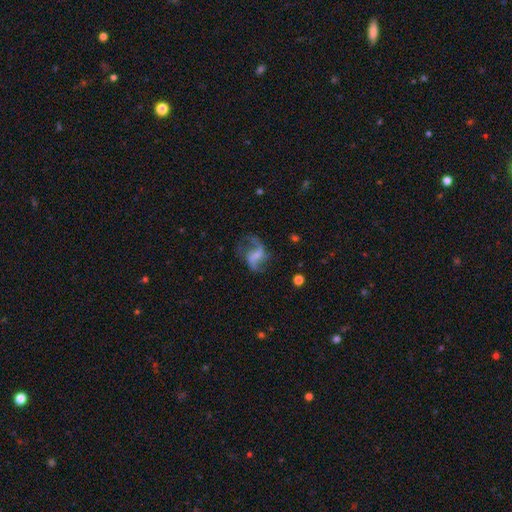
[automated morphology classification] smooth_or_featured: featured or disk (p=0.77) [alt: smooth p=0.15]
disk_edge_on: no (p=0.98) [alt: yes p=0.02]
bar: weak (p=0.48) [alt: no p=0.31]
has_spiral_arms: yes (p=0.90) [alt: no p=0.10]
spiral_winding: loose (p=0.67) [alt: medium p=0.28]
spiral_arm_count: 2 (p=0.78) [alt: 1 p=0.07]
bulge_size: none (p=0.41) [alt: small p=0.32]
merging: none (p=0.54) [alt: major disturbance p=0.25]